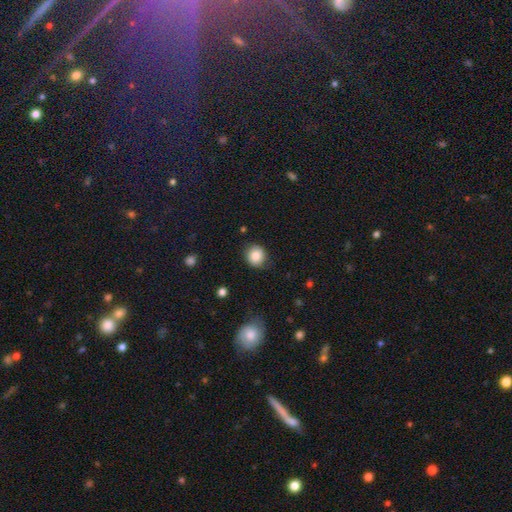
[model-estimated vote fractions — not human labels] A smooth galaxy with no disk features (83%) that is round (86%). Merging: none (81%).